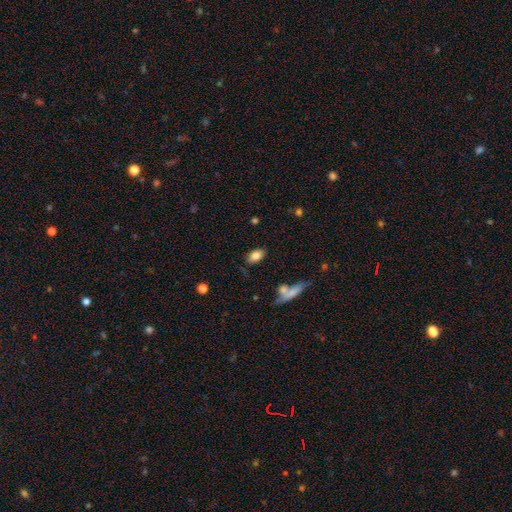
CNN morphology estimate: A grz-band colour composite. It shows a smooth galaxy with no disk features (82%) that is in between round and cigar-shaped (89%). Merging: none (79%).